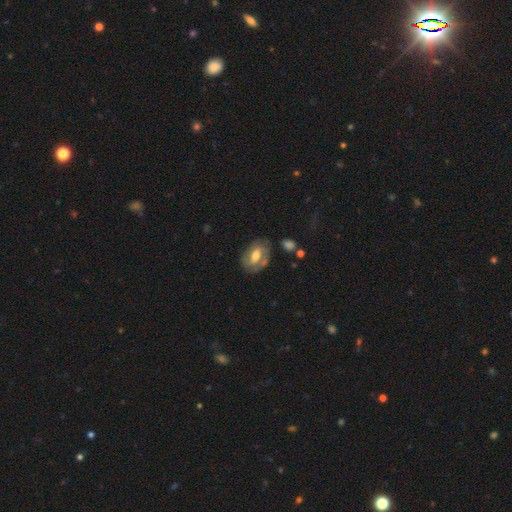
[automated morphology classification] Smooth or featured? featured or disk (53%)
Edge-on disk? no (94%)
Bar? weak (42%)
Spiral arms? yes (61%)
Bulge size? moderate (68%)
Merging? none (63%)